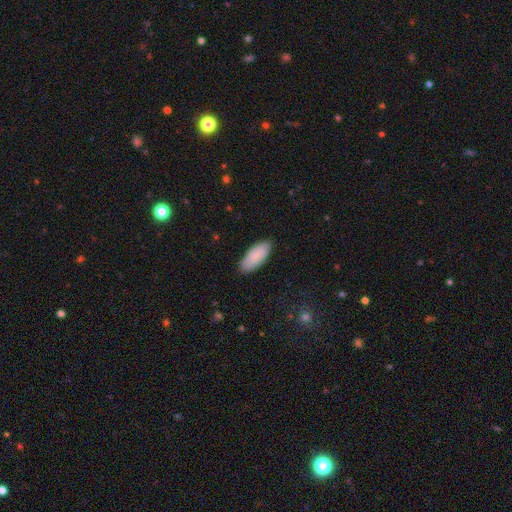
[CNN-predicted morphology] The model was most divided on "how rounded": in between: 84%, cigar-shaped: 14%, round: 2%. More confident: smooth or featured — smooth (88%); merging — none (86%).